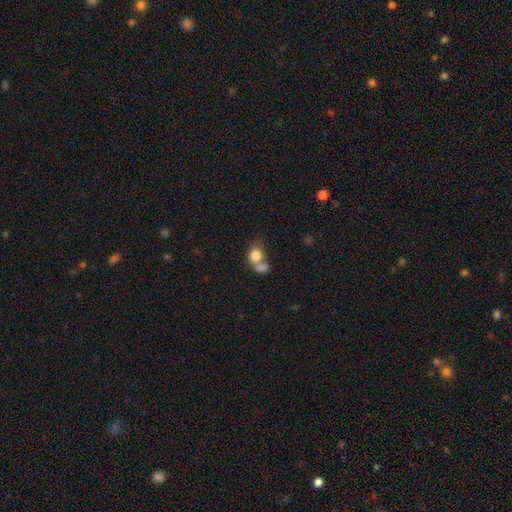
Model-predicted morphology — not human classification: This appears to be a smooth galaxy with no disk features (80%) that is round (62%). Merging: merger (57%).